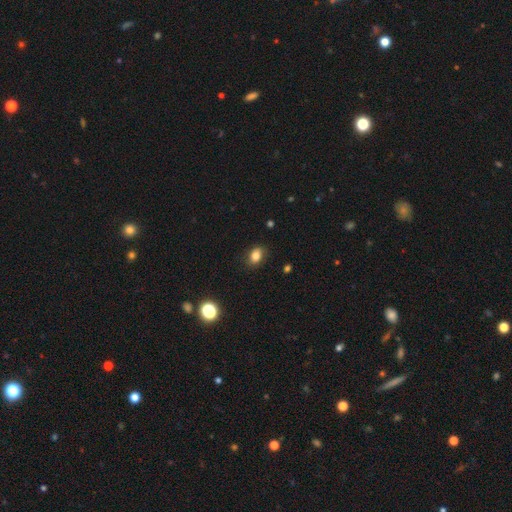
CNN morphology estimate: smooth-or-featured: smooth: 80% | star or artifact: 11% | featured or disk: 9%
  how-rounded: in between: 70% | round: 29% | cigar-shaped: 1%
  merging: none: 82% | minor disturbance: 14% | major disturbance: 3% | merger: 1%